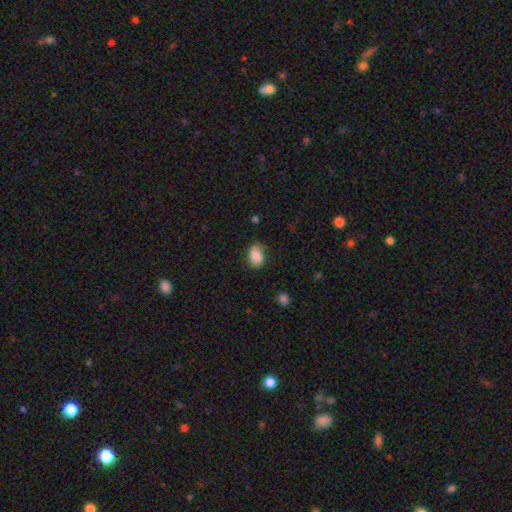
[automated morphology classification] Overall: smooth (62%; featured or disk 30%). How rounded: in between (73%). Merging: none (60%; minor disturbance 28%).